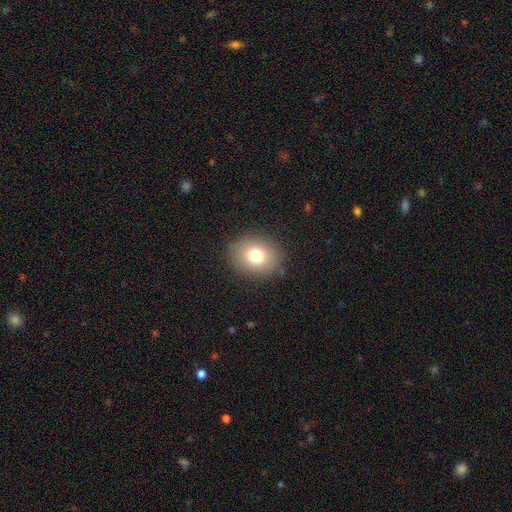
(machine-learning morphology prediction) The model was most divided on "how rounded": round: 65%, in between: 35%, cigar-shaped: 1%. More confident: merging — none (87%); smooth or featured — smooth (77%).